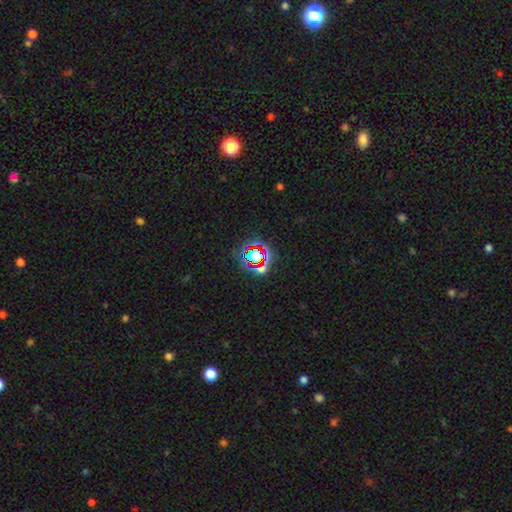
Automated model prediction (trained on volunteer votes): Smooth or featured: star or artifact — 66% (smooth — 23%)